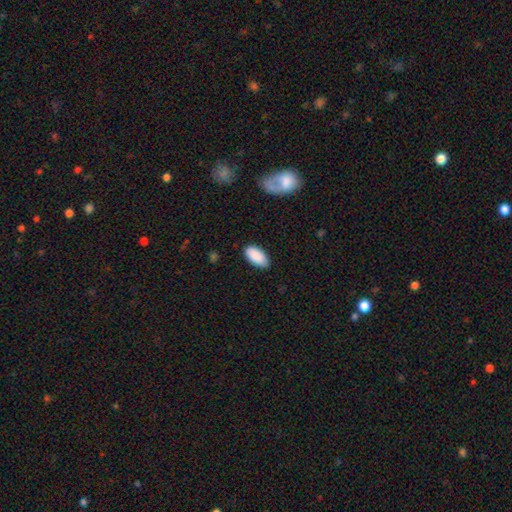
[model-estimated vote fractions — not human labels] Morphology: type=smooth (90%); roundness=in between (95%); merging=none (84%).